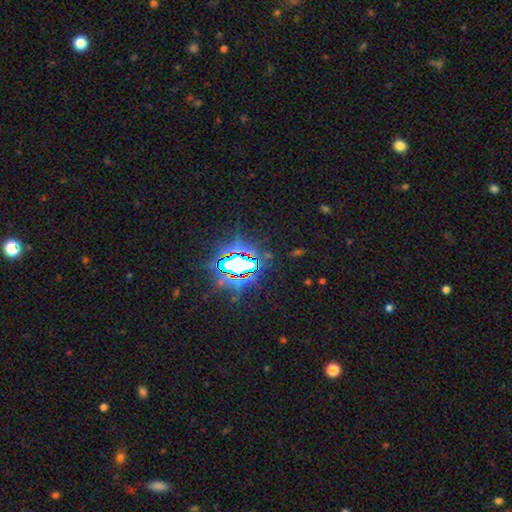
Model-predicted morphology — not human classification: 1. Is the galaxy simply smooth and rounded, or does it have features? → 86% star or artifact, 8% smooth, 6% featured or disk.